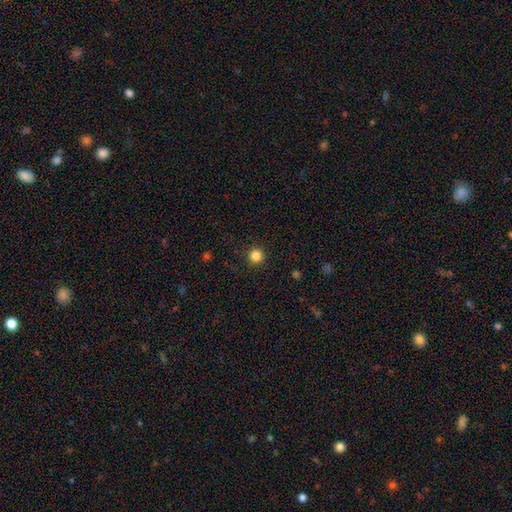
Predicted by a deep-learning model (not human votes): smooth-or-featured: smooth: 84% | star or artifact: 12% | featured or disk: 4%
  how-rounded: round: 96% | in between: 3% | cigar-shaped: 1%
  merging: none: 93% | minor disturbance: 5% | major disturbance: 2% | merger: 1%